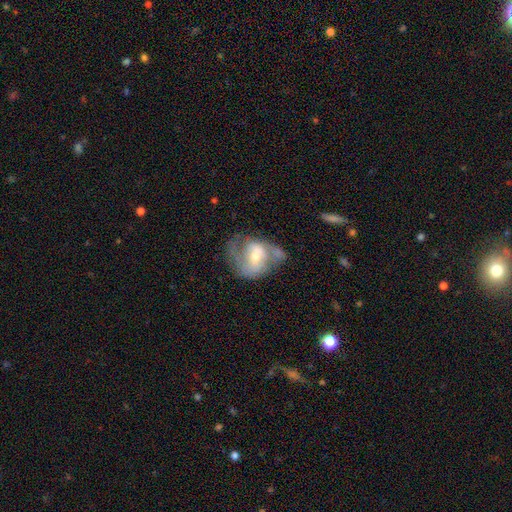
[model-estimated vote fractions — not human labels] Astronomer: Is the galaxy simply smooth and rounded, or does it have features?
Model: featured or disk — 70%.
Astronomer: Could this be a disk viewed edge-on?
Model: no — 96%.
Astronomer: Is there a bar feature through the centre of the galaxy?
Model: weak — 46% (runner-up: no, 34%).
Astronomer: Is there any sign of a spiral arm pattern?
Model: yes — 79%.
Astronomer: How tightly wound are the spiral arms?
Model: medium — 46% (runner-up: loose, 33%).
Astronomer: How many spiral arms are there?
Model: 2 — 70%.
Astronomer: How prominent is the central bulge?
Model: moderate — 54% (runner-up: small, 38%).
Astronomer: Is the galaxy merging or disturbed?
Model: none — 39% (runner-up: major disturbance, 26%).